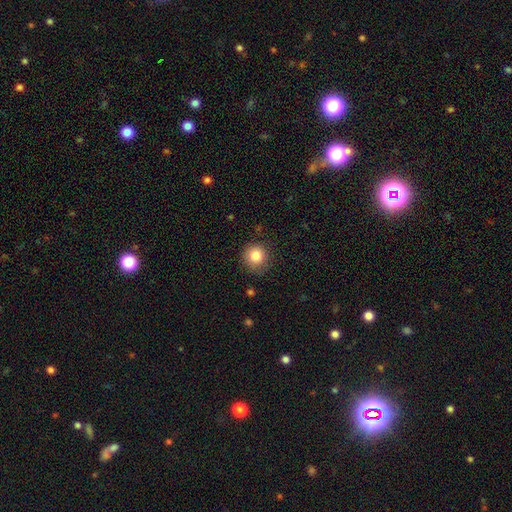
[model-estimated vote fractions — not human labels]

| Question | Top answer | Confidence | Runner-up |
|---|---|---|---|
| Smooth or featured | smooth | 85% | star or artifact (10%) |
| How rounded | round | 91% | in between (8%) |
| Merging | none | 79% | minor disturbance (16%) |